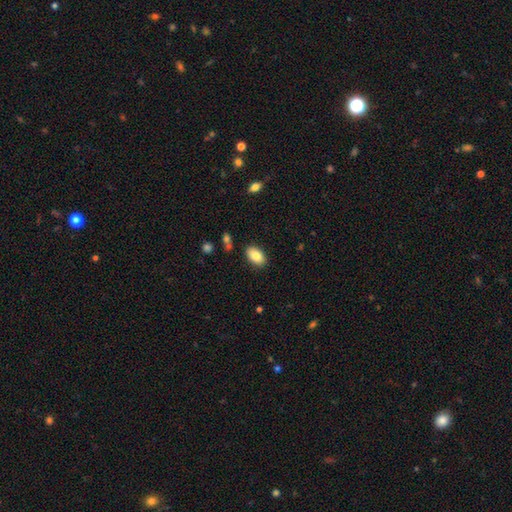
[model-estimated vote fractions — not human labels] Smooth or featured: smooth — 82% (featured or disk — 10%)
How rounded: in between — 93% (round — 6%)
Merging: none — 86% (minor disturbance — 10%)